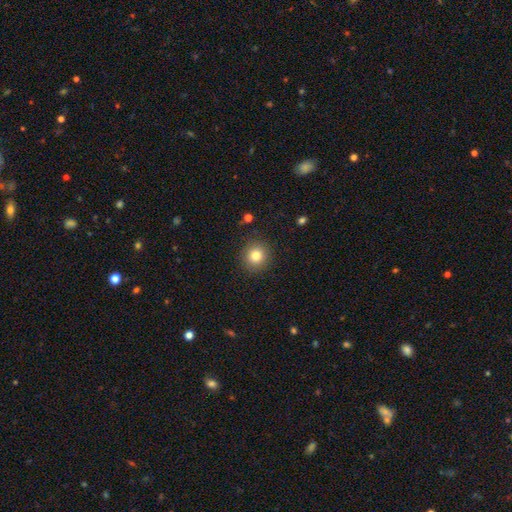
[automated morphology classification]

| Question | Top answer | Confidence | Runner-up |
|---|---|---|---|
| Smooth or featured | smooth | 81% | star or artifact (11%) |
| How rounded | round | 90% | in between (9%) |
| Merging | none | 89% | minor disturbance (7%) |